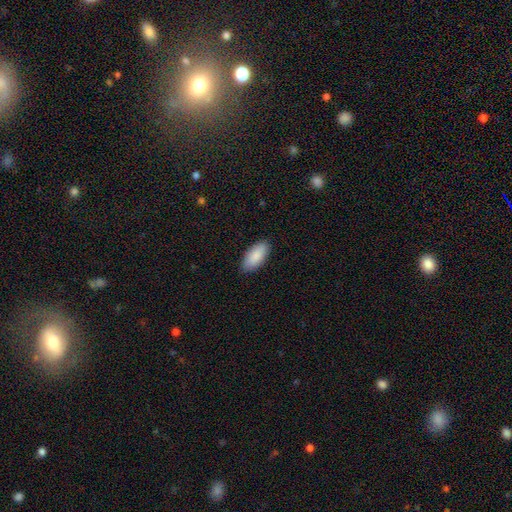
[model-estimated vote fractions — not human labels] A smooth galaxy with no disk features (89%) that is in between round and cigar-shaped (91%). Merging: none (87%).